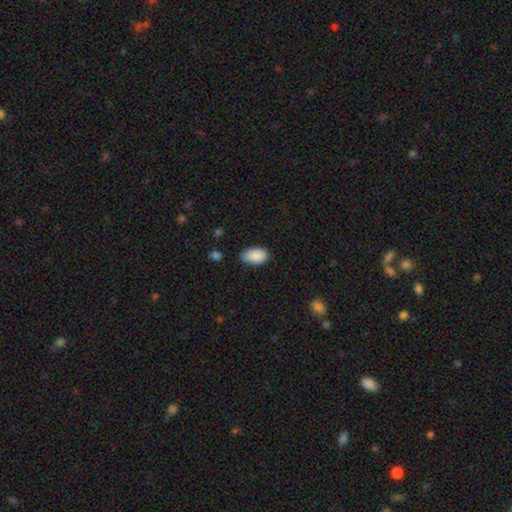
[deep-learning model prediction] smooth_or_featured: smooth (p=0.89) [alt: star or artifact p=0.07]
how_rounded: in between (p=0.94) [alt: round p=0.05]
merging: none (p=0.68) [alt: minor disturbance p=0.26]